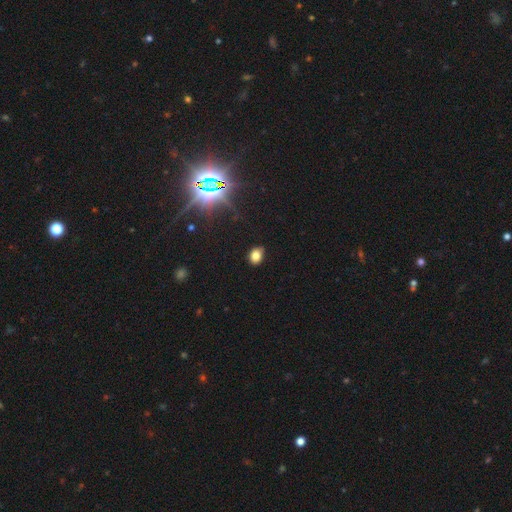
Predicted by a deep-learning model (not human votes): smooth_or_featured: smooth (p=0.77) [alt: star or artifact p=0.16]
how_rounded: in between (p=0.61) [alt: round p=0.37]
merging: none (p=0.82) [alt: minor disturbance p=0.14]